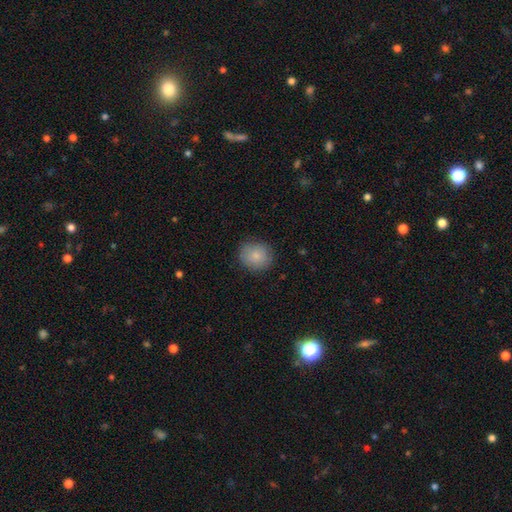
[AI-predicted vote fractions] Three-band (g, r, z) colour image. It shows a smooth galaxy with no disk features (84%) that is round (77%). Merging: none (83%).